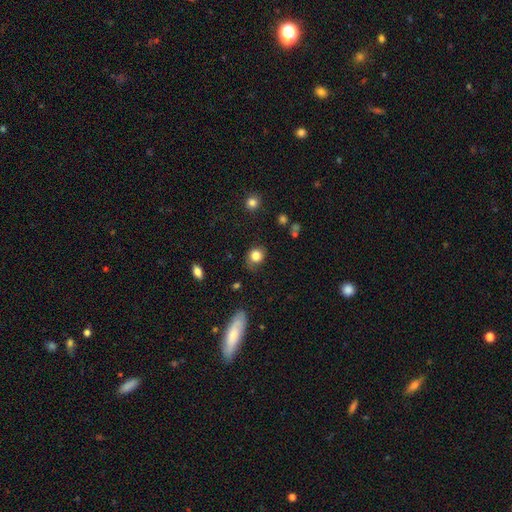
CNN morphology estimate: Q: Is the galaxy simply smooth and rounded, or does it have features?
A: smooth — 82%.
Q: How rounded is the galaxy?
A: round — 70%.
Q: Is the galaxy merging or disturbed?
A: none — 62%.